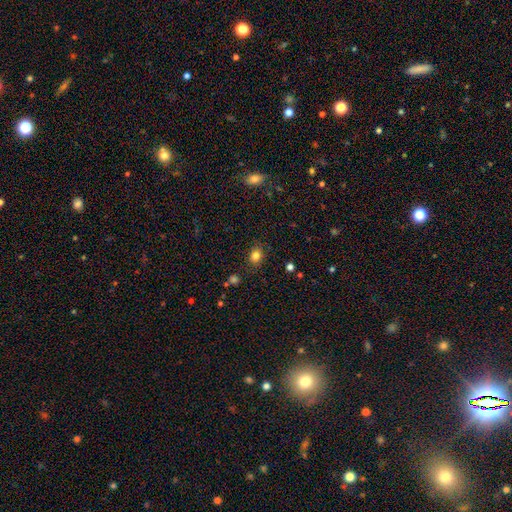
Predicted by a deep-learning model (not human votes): A smooth galaxy with no disk features (81%) that is round (54%). Merging: none (83%).